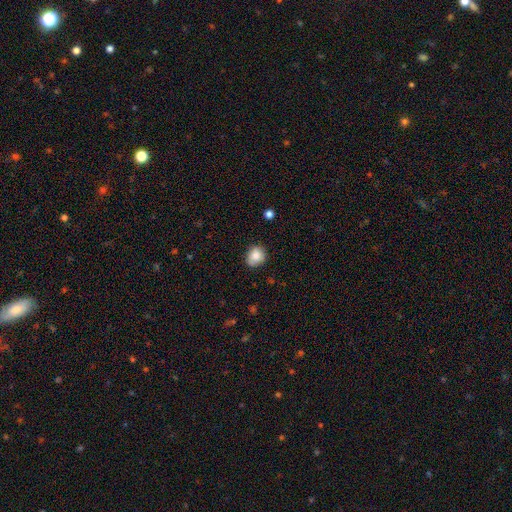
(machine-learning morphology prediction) Smooth or featured? smooth (84%)
How rounded? round (67%)
Merging? none (74%)